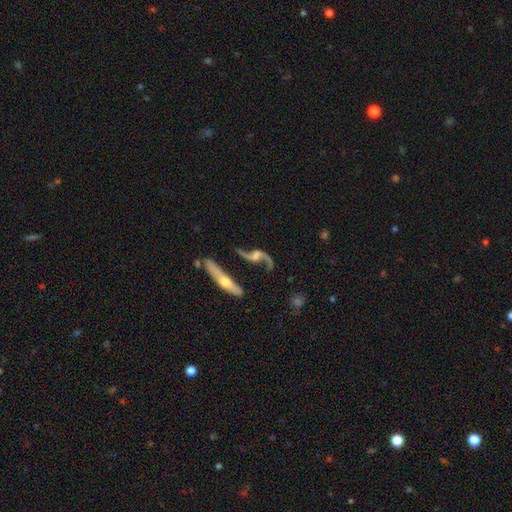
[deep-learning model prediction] Smooth or featured: featured or disk — 87% (smooth — 7%)
Edge-on disk: no — 88% (yes — 12%)
Bar: no — 55% (weak — 35%)
Spiral arms: yes — 94% (no — 6%)
Spiral winding: loose — 89% (medium — 9%)
Spiral arm count: 2 — 92% (1 — 3%)
Bulge size: none — 32% (small — 30%)
Merging: none — 60% (minor disturbance — 18%)